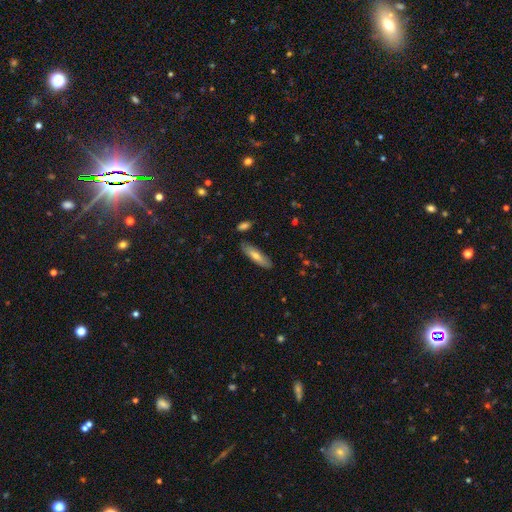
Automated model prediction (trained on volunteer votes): smooth-or-featured: smooth: 59% | featured or disk: 34% | star or artifact: 7%
  how-rounded: cigar-shaped: 61% | in between: 38% | round: 2%
  merging: none: 84% | minor disturbance: 11% | merger: 3% | major disturbance: 2%